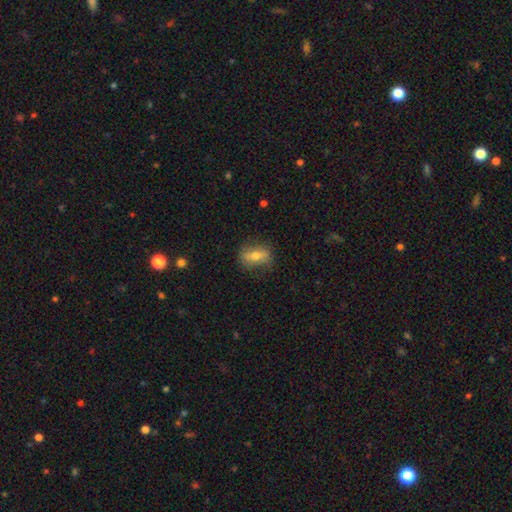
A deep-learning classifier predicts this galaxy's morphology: smooth 54%, featured or disk 36%, star or artifact 10%. Down the decision tree: how rounded — in between (70%); merging — none (77%).